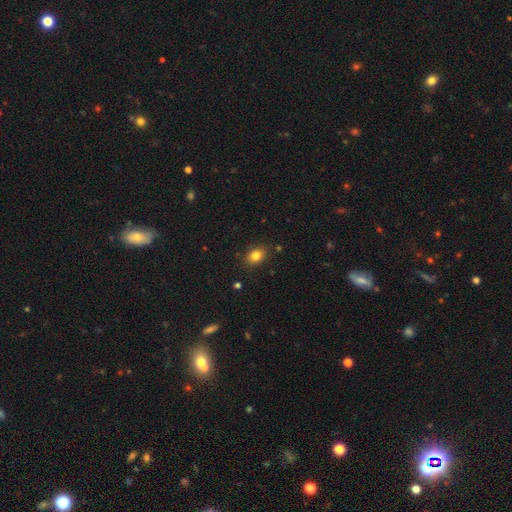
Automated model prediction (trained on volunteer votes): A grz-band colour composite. It shows a smooth galaxy with no disk features (82%) that is in between round and cigar-shaped (68%). Merging: none (86%).